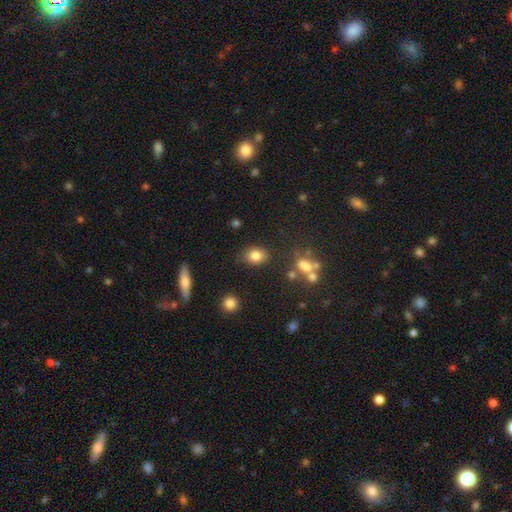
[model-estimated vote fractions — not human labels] Morphology: type=smooth (81%); roundness=in between (56%); merging=none (78%).